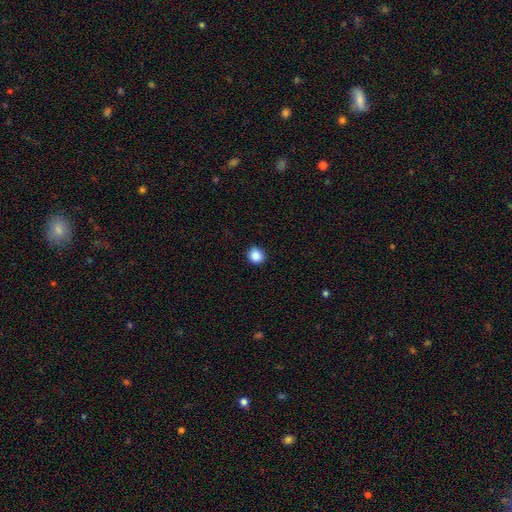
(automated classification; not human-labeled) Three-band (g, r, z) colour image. It shows a smooth galaxy with no disk features (87%) that is round (83%). Merging: none (89%).